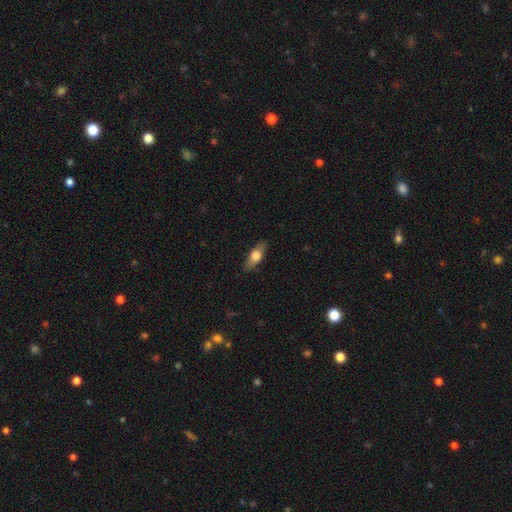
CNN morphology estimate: This appears to be a smooth galaxy with no disk features (62%) that is in between round and cigar-shaped (68%). Merging: none (86%).